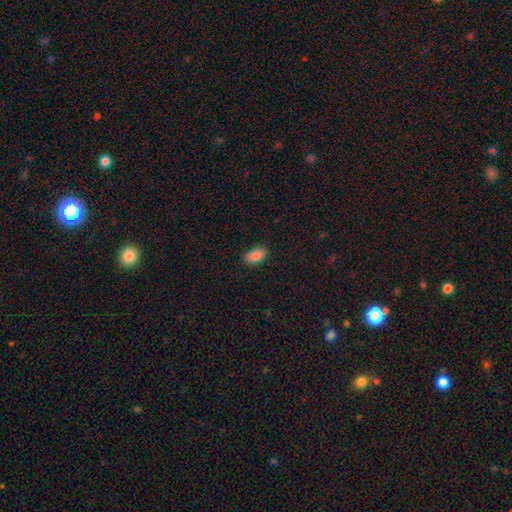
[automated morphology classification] The model was most divided on "merging": none: 87%, minor disturbance: 9%, major disturbance: 2%, merger: 1%. More confident: how rounded — in between (93%); smooth or featured — smooth (87%).